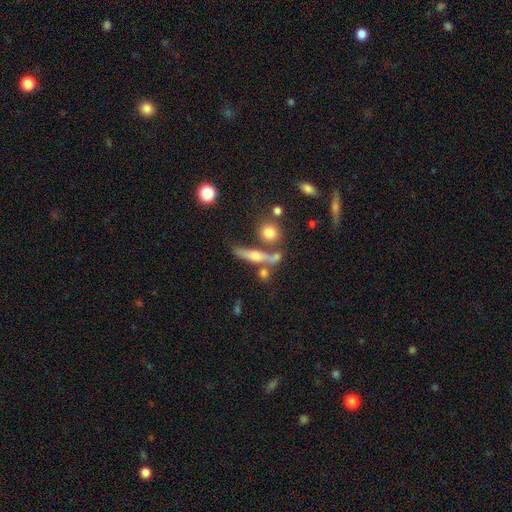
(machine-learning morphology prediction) This appears to be a featured or disk galaxy (48%). Merging: none (60%).